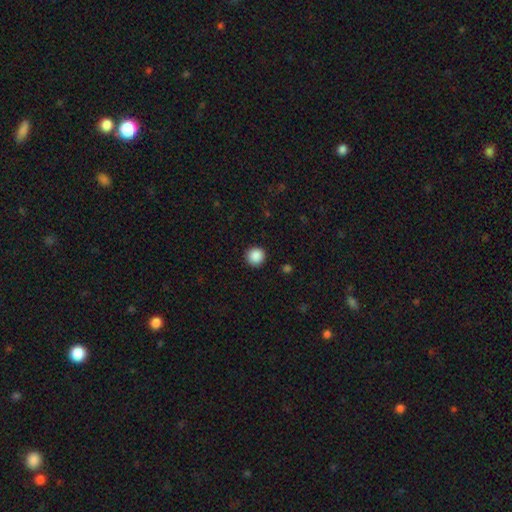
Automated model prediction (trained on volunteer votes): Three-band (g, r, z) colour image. It shows a smooth galaxy with no disk features (88%) that is round (95%). Merging: none (92%).